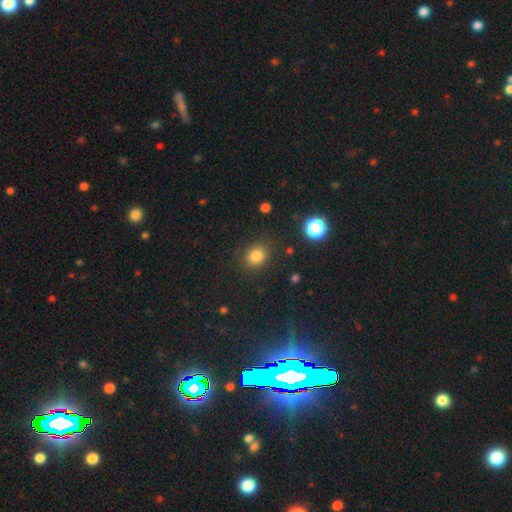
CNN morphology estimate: Smooth or featured? smooth (80%)
How rounded? round (70%)
Merging? none (85%)